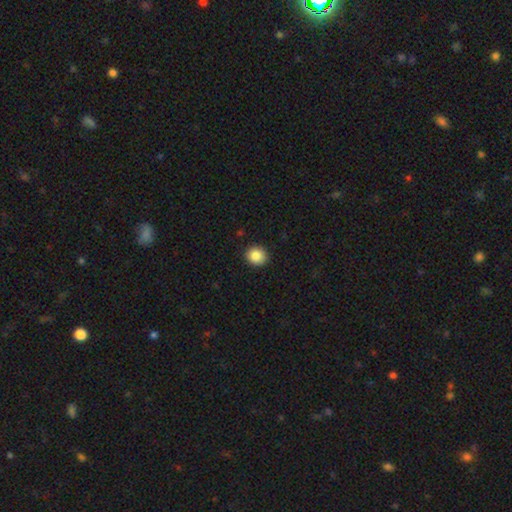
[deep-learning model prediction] smooth-or-featured: smooth: 86% | star or artifact: 9% | featured or disk: 5%
  how-rounded: round: 82% | in between: 17% | cigar-shaped: 1%
  merging: none: 90% | minor disturbance: 7% | major disturbance: 2% | merger: 1%